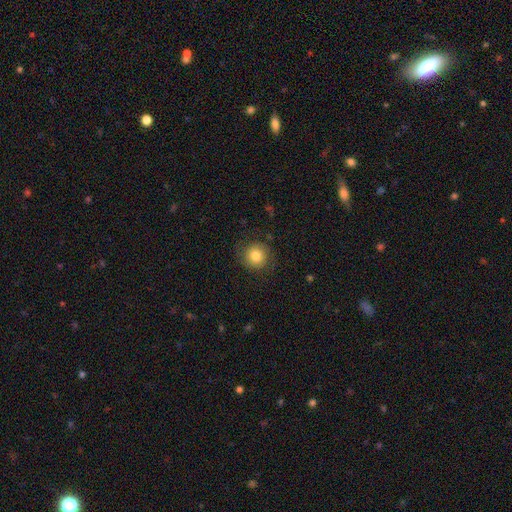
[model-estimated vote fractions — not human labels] smooth_or_featured: smooth (p=0.80) [alt: featured or disk p=0.11]
how_rounded: round (p=0.92) [alt: in between p=0.07]
merging: none (p=0.82) [alt: minor disturbance p=0.12]